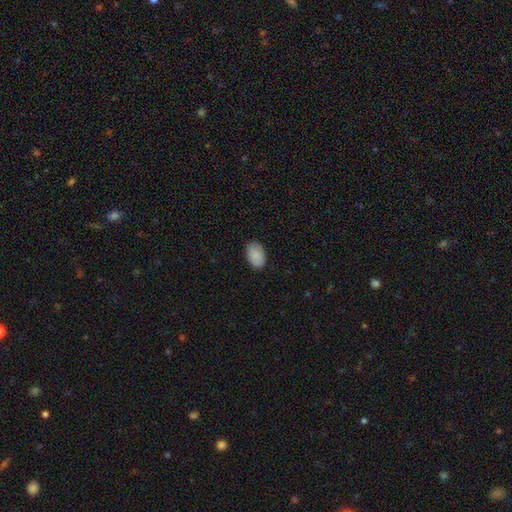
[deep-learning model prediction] A smooth galaxy with no disk features (89%) that is in between round and cigar-shaped (90%). Merging: none (86%).